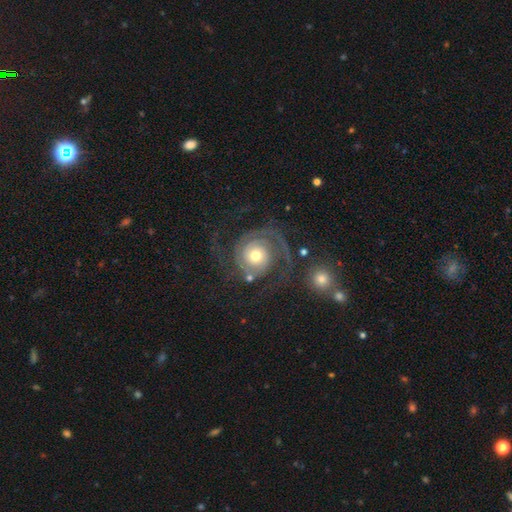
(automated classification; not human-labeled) featured or disk 86%, smooth 8%, star or artifact 6%. Down the decision tree: edge-on disk — no (98%); bar — no (79%); spiral arms — yes (97%); spiral arm count — 2 (70%); spiral winding — tight (54%); bulge size — moderate (62%); merging — none (62%).